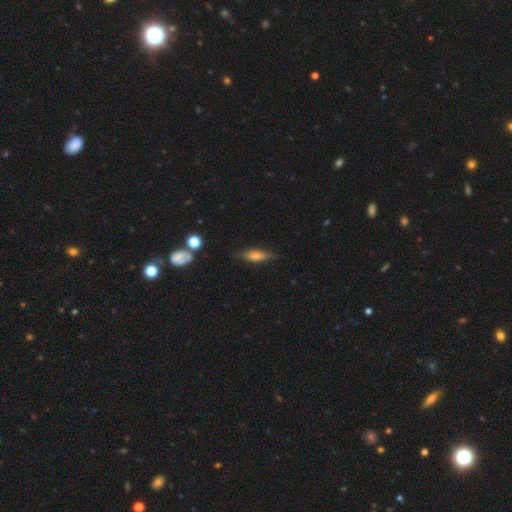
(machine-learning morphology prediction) Smooth or featured: smooth — 47% (featured or disk — 44%)
Merging: none — 75% (minor disturbance — 18%)